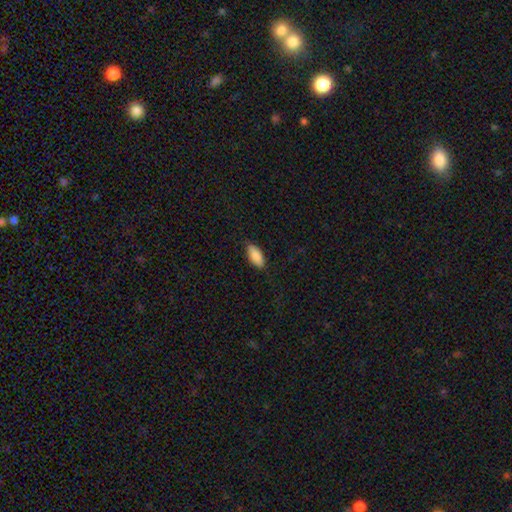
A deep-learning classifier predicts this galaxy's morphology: A smooth galaxy with no disk features (89%) that is in between round and cigar-shaped (88%).

Vote fractions:
- Smooth or featured? smooth: 89% / star or artifact: 6% / featured or disk: 5%
- How rounded? in between: 88% / cigar-shaped: 10% / round: 2%
- Merging? none: 83% / minor disturbance: 13% / major disturbance: 3% / merger: 1%